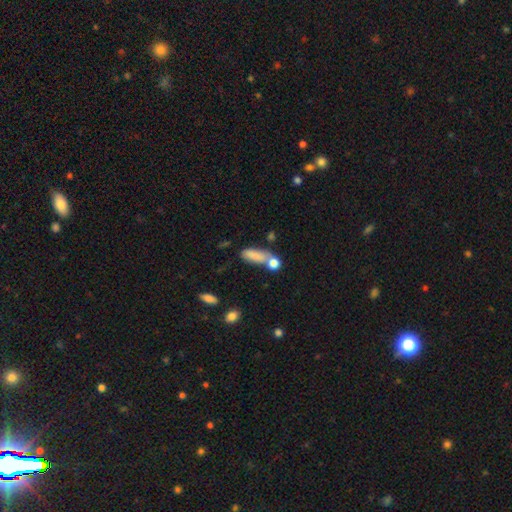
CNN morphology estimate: Smooth or featured? smooth (79%)
How rounded? in between (66%)
Merging? none (40%)